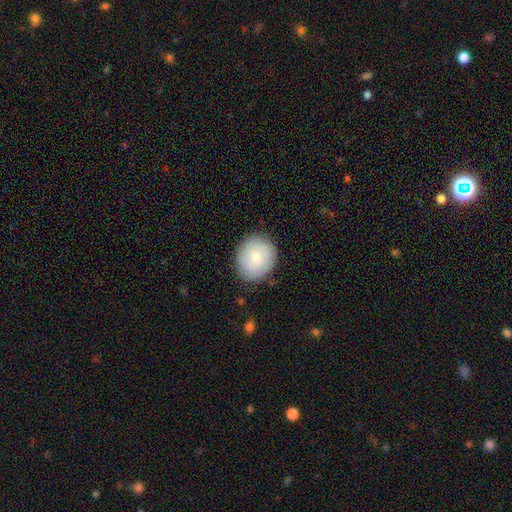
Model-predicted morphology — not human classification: Smooth or featured? Predicted: smooth (p=0.77). How rounded? Predicted: round (p=0.71). Merging? Predicted: none (p=0.85).